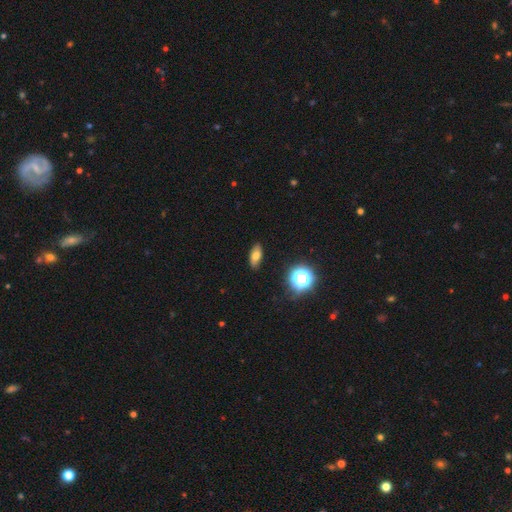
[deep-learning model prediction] smooth 73%, featured or disk 14%, star or artifact 14%. Down the decision tree: how rounded — in between (81%); merging — none (87%).